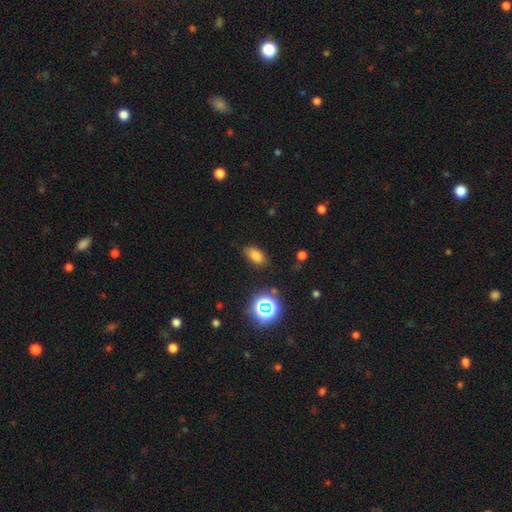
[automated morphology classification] smooth 76%, star or artifact 17%, featured or disk 7%. Down the decision tree: how rounded — in between (88%); merging — none (81%).